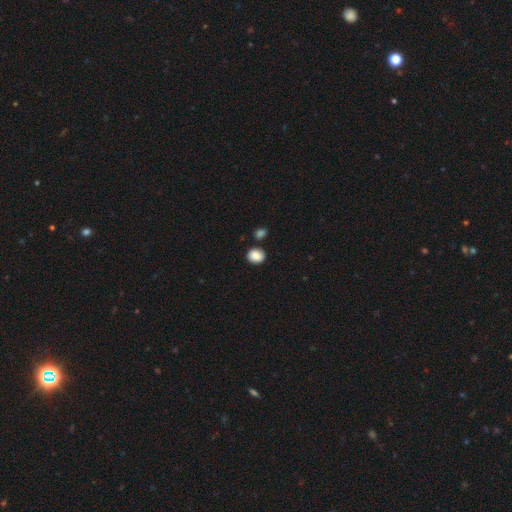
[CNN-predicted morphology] A smooth galaxy with no disk features (88%) that is round (63%). Merging: none (82%).